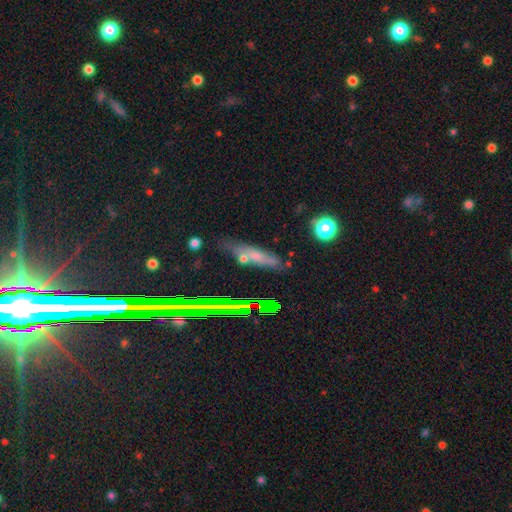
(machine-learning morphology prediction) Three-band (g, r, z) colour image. It shows a smooth galaxy with no disk features (45%). Merging: none (70%).